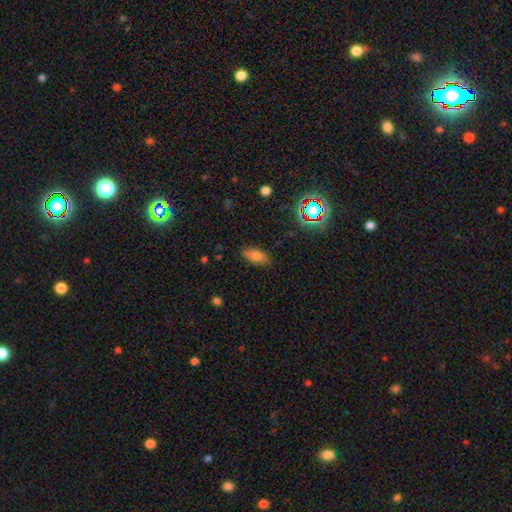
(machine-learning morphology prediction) Smooth or featured? Predicted: smooth (p=0.75). How rounded? Predicted: in between (p=0.89). Merging? Predicted: none (p=0.83).